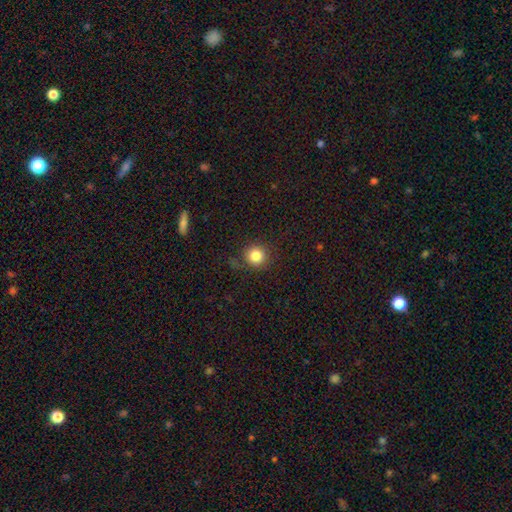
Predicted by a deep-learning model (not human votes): Smooth or featured: smooth — 83% (star or artifact — 11%)
How rounded: round — 92% (in between — 7%)
Merging: none — 85% (minor disturbance — 10%)